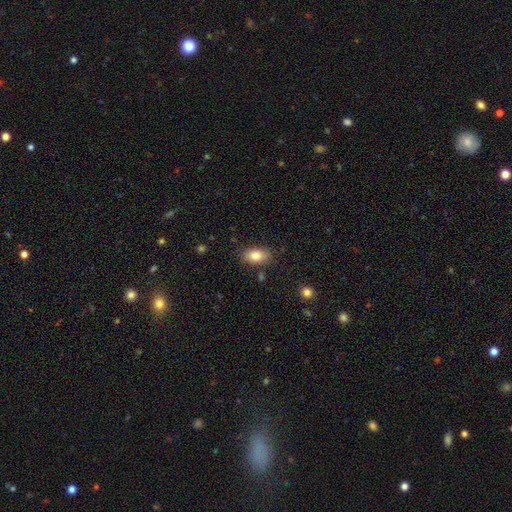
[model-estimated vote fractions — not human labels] smooth-or-featured: smooth: 83% | featured or disk: 9% | star or artifact: 8%
  how-rounded: in between: 89% | round: 8% | cigar-shaped: 2%
  merging: none: 81% | minor disturbance: 13% | major disturbance: 3% | merger: 3%